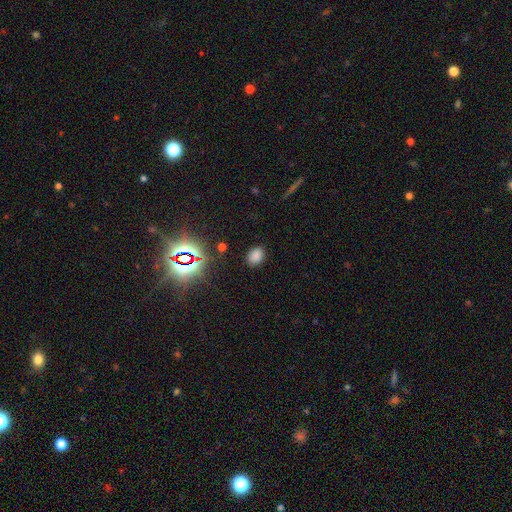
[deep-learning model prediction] A smooth galaxy with no disk features (75%) that is in between round and cigar-shaped (75%).

Vote fractions:
- Smooth or featured? smooth: 75% / star or artifact: 20% / featured or disk: 5%
- How rounded? in between: 75% / round: 24% / cigar-shaped: 1%
- Merging? none: 84% / minor disturbance: 11% / major disturbance: 3% / merger: 2%